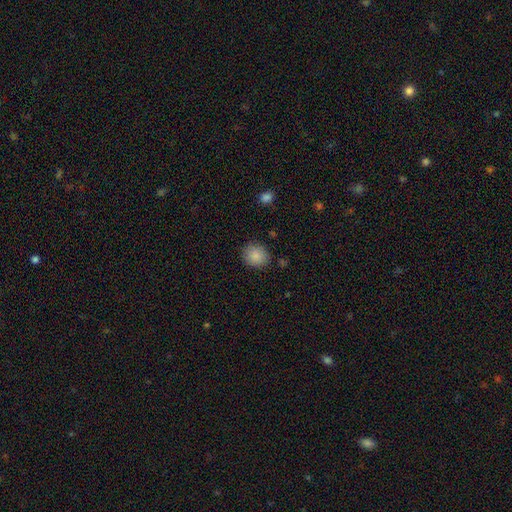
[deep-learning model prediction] smooth 87%, star or artifact 8%, featured or disk 5%. Down the decision tree: how rounded — round (77%); merging — none (85%).